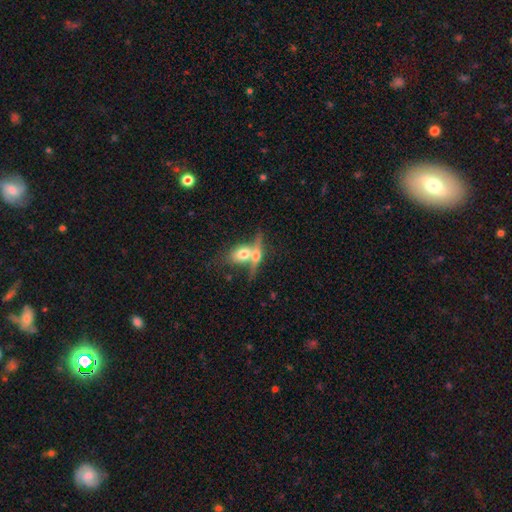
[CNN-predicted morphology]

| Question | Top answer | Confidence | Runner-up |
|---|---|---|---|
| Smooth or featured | smooth | 51% | featured or disk (41%) |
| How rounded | in between | 55% | round (23%) |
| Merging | merger | 63% | none (24%) |